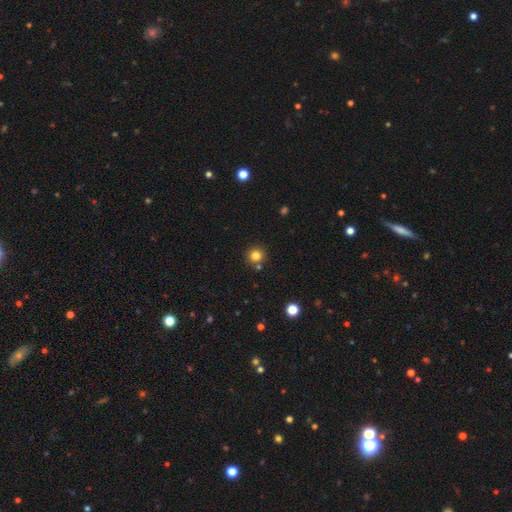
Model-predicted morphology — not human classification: The model was most divided on "smooth or featured": smooth: 82%, star or artifact: 13%, featured or disk: 5%. More confident: how rounded — round (93%); merging — none (82%).